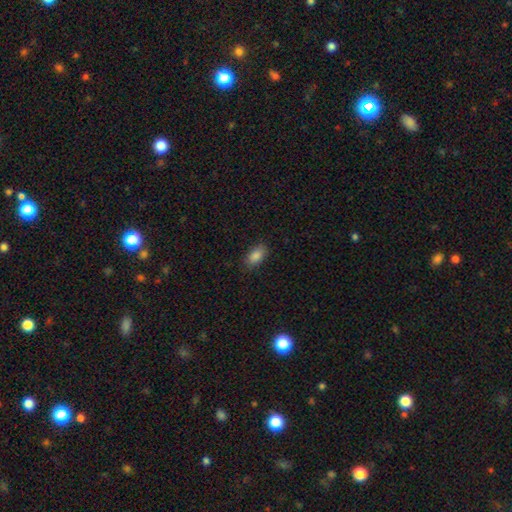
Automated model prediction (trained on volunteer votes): Q: Smooth or featured?
A: smooth (87%); runner-up: star or artifact (8%)
Q: How rounded?
A: in between (91%); runner-up: round (5%)
Q: Merging?
A: none (85%); runner-up: minor disturbance (11%)